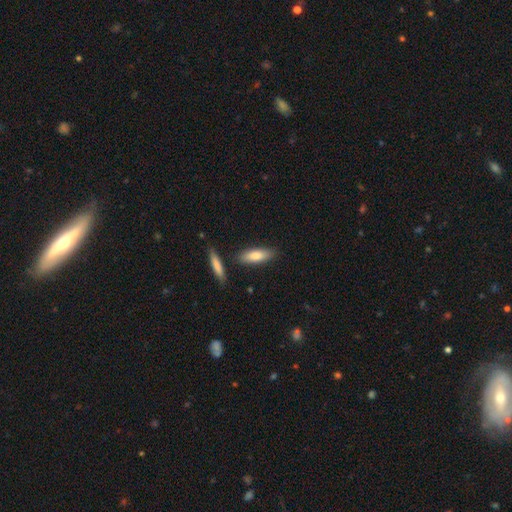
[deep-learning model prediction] A smooth galaxy with no disk features (80%) that is in between round and cigar-shaped (52%). Merging: none (79%).